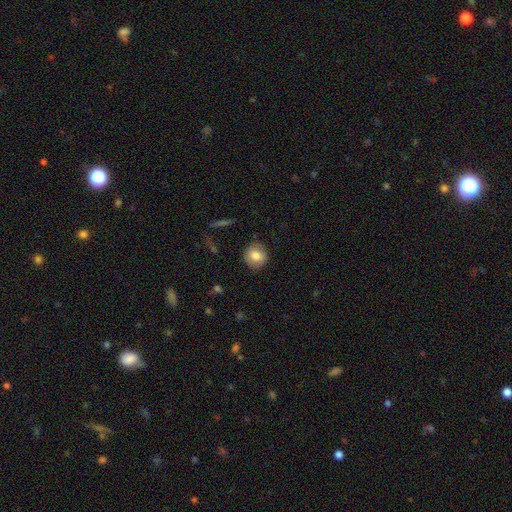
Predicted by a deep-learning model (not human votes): A smooth galaxy with no disk features (80%) that is round (89%). Merging: none (87%).